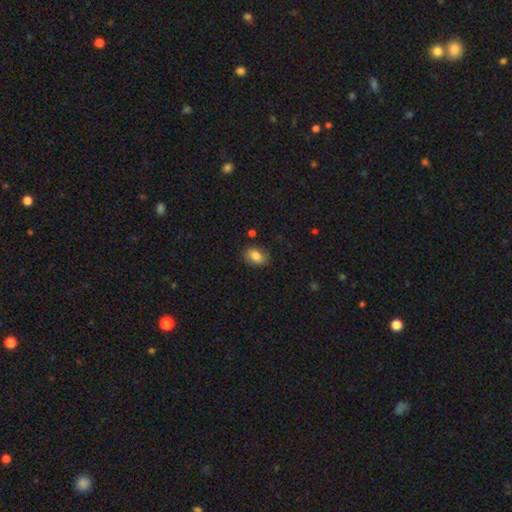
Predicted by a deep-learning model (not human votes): Q: Smooth or featured?
A: smooth (80%); runner-up: featured or disk (12%)
Q: How rounded?
A: in between (79%); runner-up: round (19%)
Q: Merging?
A: none (79%); runner-up: minor disturbance (15%)